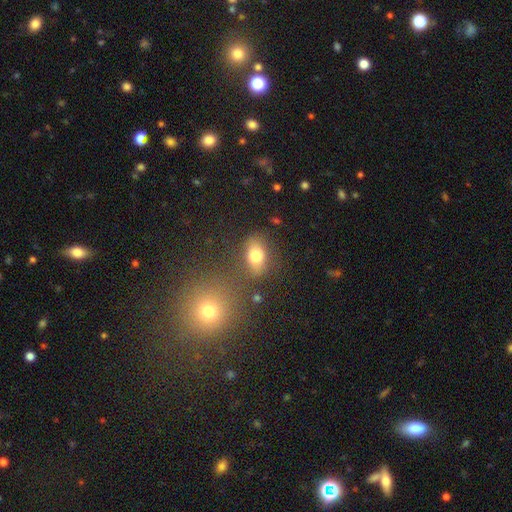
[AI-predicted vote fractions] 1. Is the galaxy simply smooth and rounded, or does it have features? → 77% smooth, 12% featured or disk, 11% star or artifact.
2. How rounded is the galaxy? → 79% in between, 18% round, 3% cigar-shaped.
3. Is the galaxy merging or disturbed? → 73% none, 15% minor disturbance, 6% merger, 5% major disturbance.